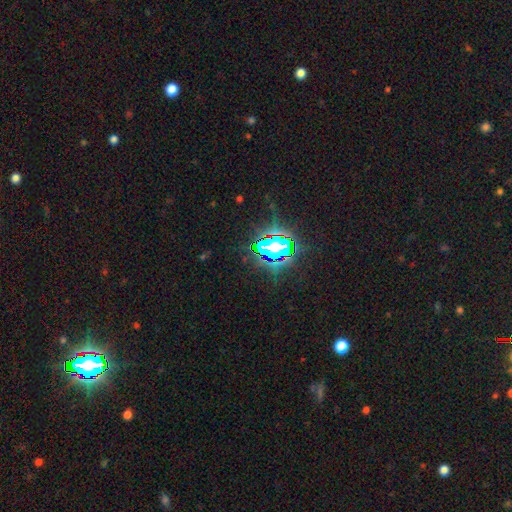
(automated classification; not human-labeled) Smooth or featured? star or artifact (84%)